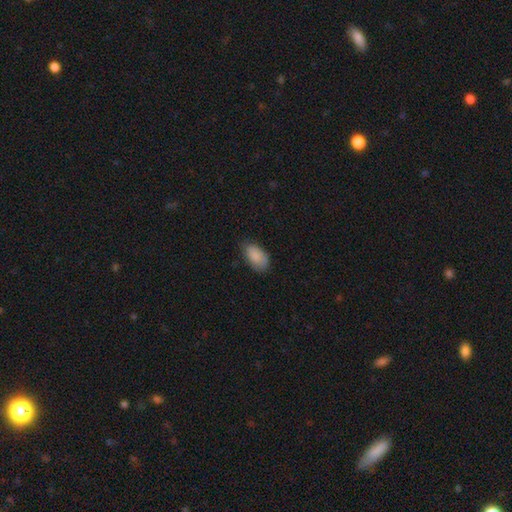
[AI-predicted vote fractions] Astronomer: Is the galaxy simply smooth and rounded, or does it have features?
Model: smooth — 88%.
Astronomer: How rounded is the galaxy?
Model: in between — 94%.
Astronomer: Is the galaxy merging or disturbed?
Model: none — 72%.